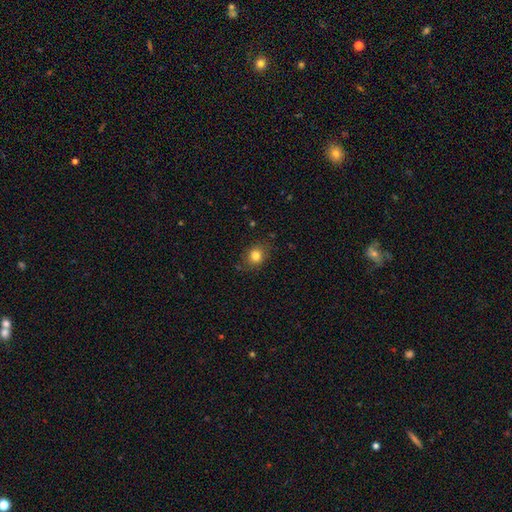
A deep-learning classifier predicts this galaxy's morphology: smooth_or_featured: smooth (p=0.81) [alt: star or artifact p=0.12]
how_rounded: round (p=0.64) [alt: in between p=0.35]
merging: none (p=0.83) [alt: minor disturbance p=0.12]